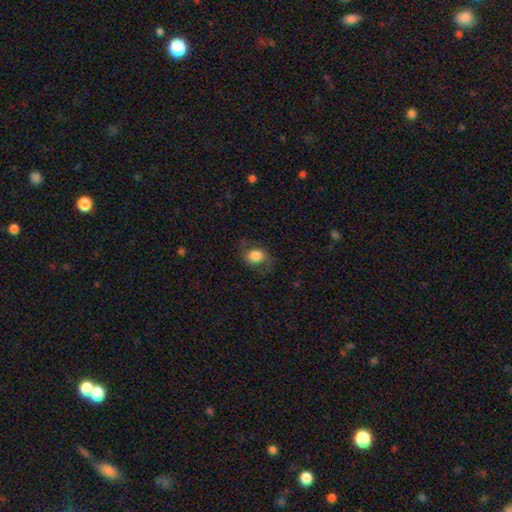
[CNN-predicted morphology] The model was most divided on "how rounded": in between: 51%, round: 48%, cigar-shaped: 1%. More confident: smooth or featured — smooth (69%); merging — none (66%).